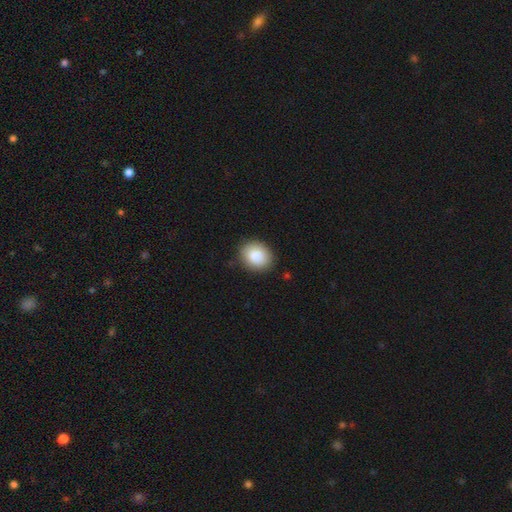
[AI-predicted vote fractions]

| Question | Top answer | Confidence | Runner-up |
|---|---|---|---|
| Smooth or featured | smooth | 86% | star or artifact (7%) |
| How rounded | round | 60% | in between (39%) |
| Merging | none | 88% | minor disturbance (9%) |